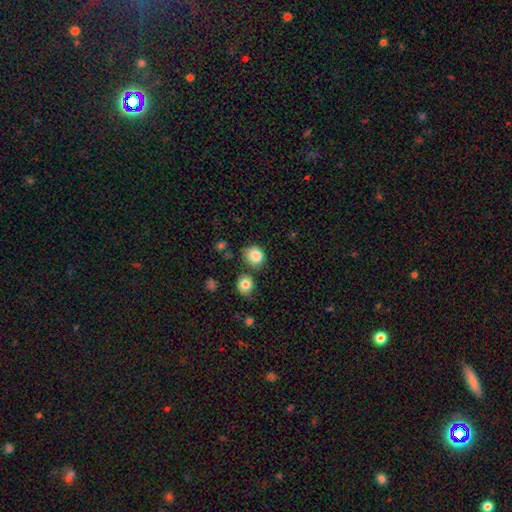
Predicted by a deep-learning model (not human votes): Smooth or featured?
  - smooth: 84% *
  - star or artifact: 9%
  - featured or disk: 6%
How rounded?
  - round: 75% *
  - in between: 24%
  - cigar-shaped: 1%
Merging?
  - none: 66% *
  - minor disturbance: 19%
  - merger: 10%
  - major disturbance: 5%